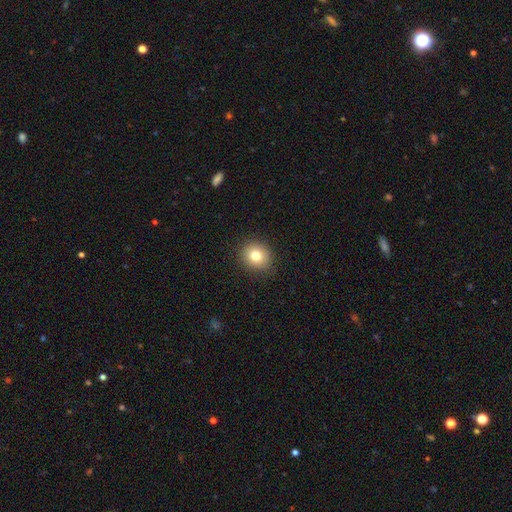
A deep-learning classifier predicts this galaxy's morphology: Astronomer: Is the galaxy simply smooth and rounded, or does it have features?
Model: smooth — 79%.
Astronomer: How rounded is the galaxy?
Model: round — 78%.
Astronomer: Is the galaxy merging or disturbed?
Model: none — 89%.